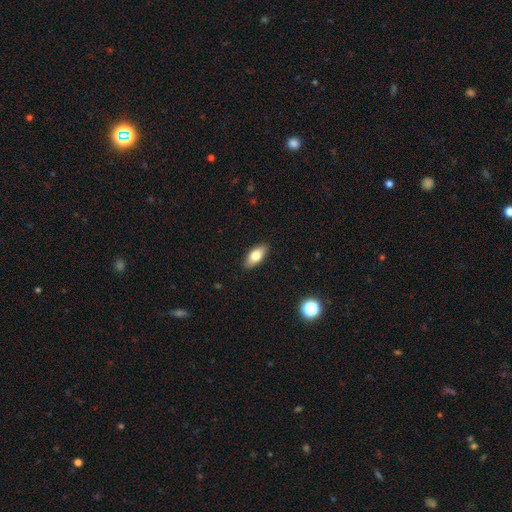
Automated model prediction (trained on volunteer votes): smooth_or_featured: smooth (p=0.76) [alt: featured or disk p=0.17]
how_rounded: in between (p=0.86) [alt: cigar-shaped p=0.11]
merging: none (p=0.88) [alt: minor disturbance p=0.09]